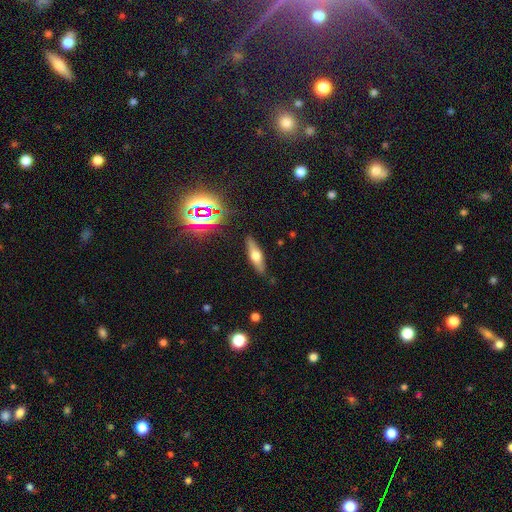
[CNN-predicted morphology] A featured or disk galaxy (46%). Merging: none (85%).